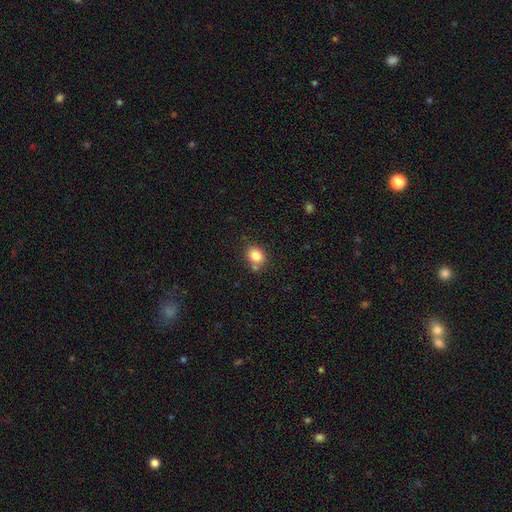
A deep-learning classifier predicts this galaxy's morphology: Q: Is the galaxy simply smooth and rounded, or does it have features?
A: smooth — 83%.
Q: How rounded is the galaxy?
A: round — 56%.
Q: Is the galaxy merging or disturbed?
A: none — 65%.